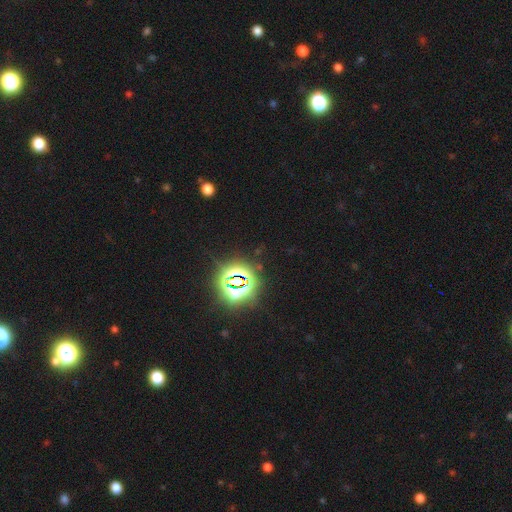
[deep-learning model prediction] star or artifact 81%, smooth 11%, featured or disk 7%.